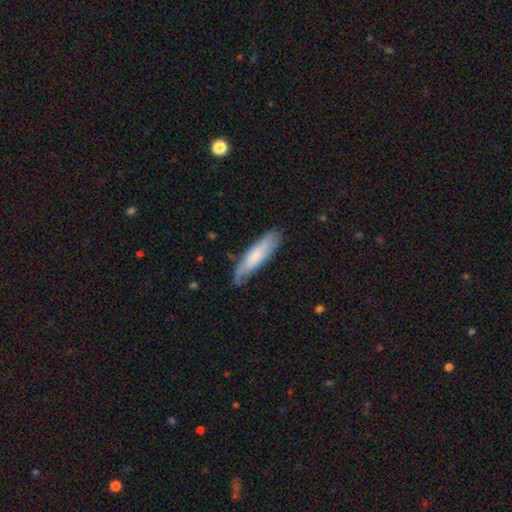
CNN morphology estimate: The model was most divided on "smooth or featured": smooth: 65%, featured or disk: 30%, star or artifact: 5%. More confident: how rounded — cigar-shaped (72%); merging — none (70%).